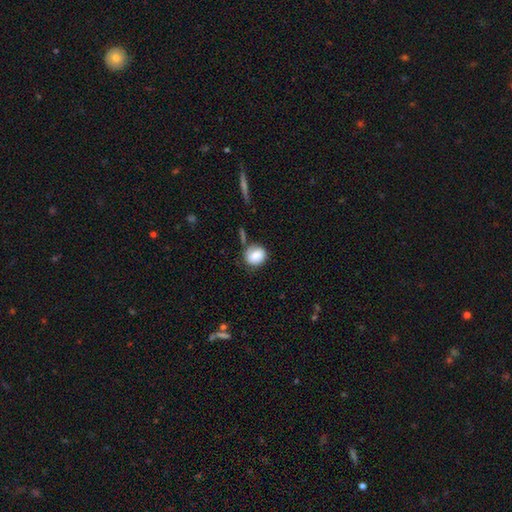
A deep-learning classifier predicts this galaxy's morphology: smooth 80%, featured or disk 12%, star or artifact 8%. Down the decision tree: how rounded — round (68%); merging — none (61%).